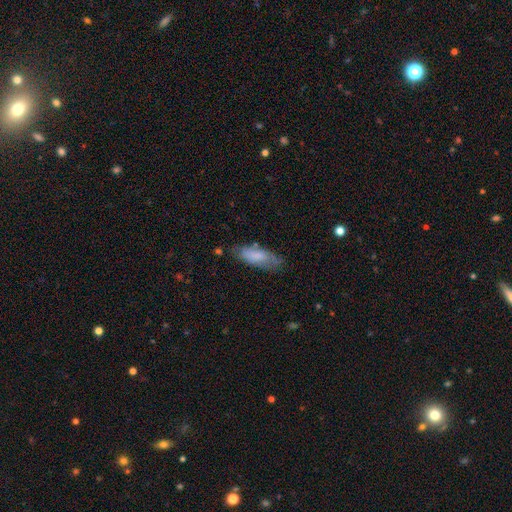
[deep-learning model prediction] Smooth or featured?
  - smooth: 77% *
  - featured or disk: 17%
  - star or artifact: 6%
How rounded?
  - in between: 66% *
  - cigar-shaped: 33%
  - round: 2%
Merging?
  - none: 69% *
  - minor disturbance: 23%
  - major disturbance: 6%
  - merger: 3%